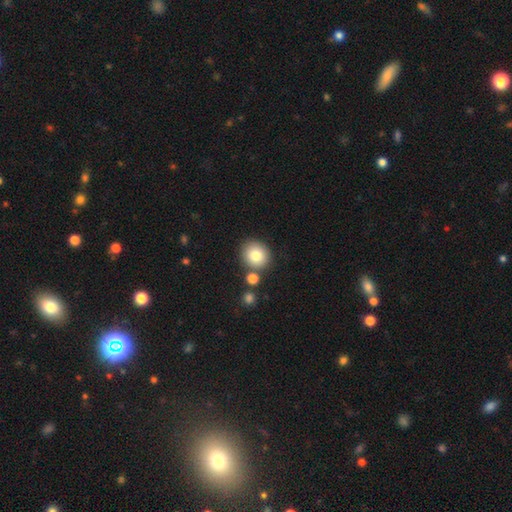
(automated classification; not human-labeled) A smooth galaxy with no disk features (81%) that is round (83%).

Vote fractions:
- Smooth or featured? smooth: 81% / star or artifact: 10% / featured or disk: 9%
- How rounded? round: 83% / in between: 16% / cigar-shaped: 1%
- Merging? none: 77% / merger: 11% / minor disturbance: 9% / major disturbance: 3%